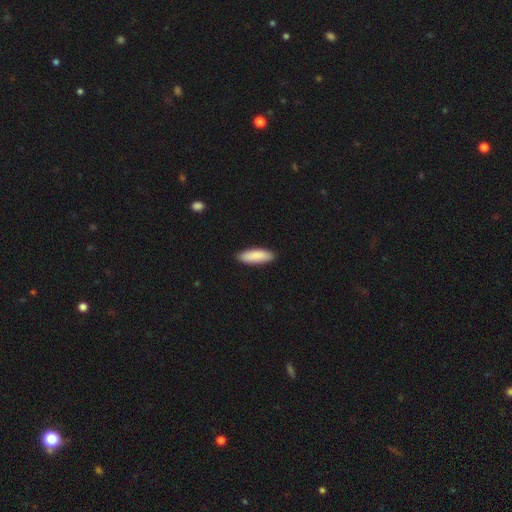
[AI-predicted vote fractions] Smooth or featured? smooth (89%)
How rounded? in between (53%)
Merging? none (89%)